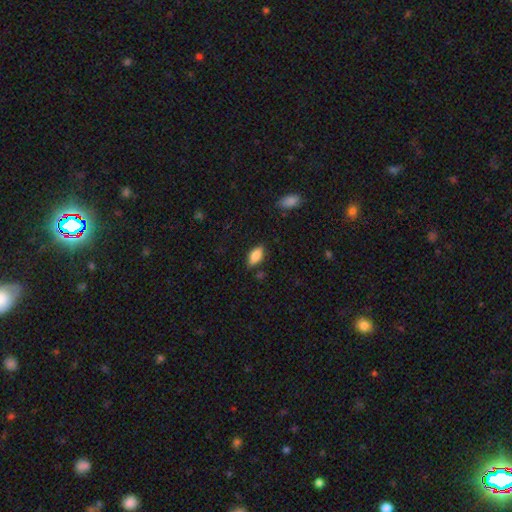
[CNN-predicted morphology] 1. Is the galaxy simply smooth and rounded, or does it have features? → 84% smooth, 9% featured or disk, 7% star or artifact.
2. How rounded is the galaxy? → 88% in between, 10% cigar-shaped, 3% round.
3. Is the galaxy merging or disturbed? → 79% none, 16% minor disturbance, 3% major disturbance, 2% merger.